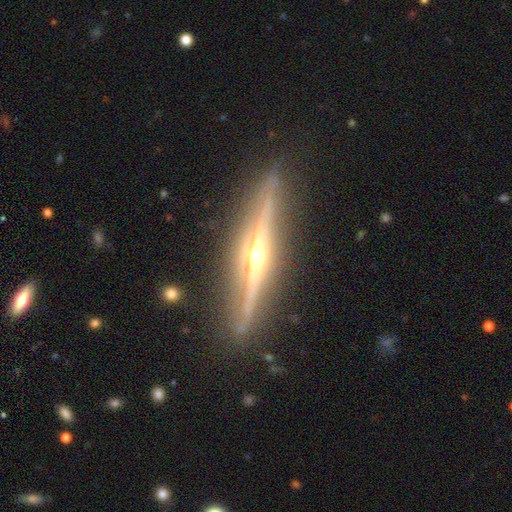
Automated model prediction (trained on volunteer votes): This appears to be a featured or disk galaxy (88%) viewed edge-on (98%) with a rounded central bulge (91%). Merging: none (88%).